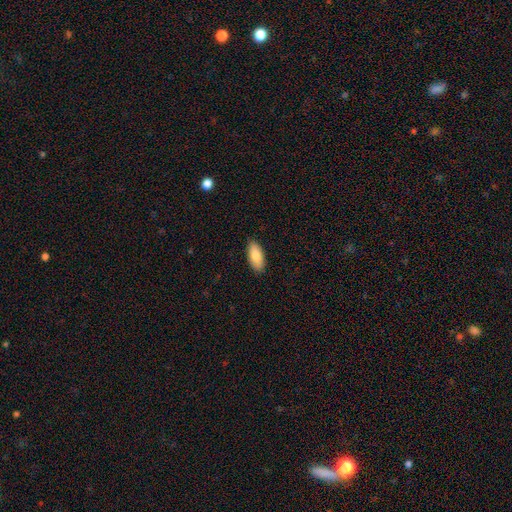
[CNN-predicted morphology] Overall: smooth (85%). How rounded: in between (86%). Merging: none (89%).